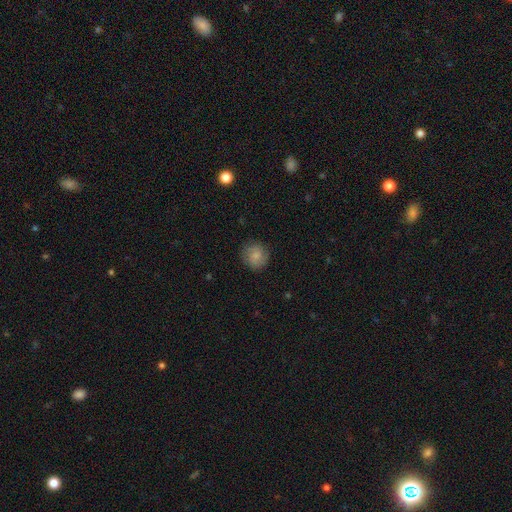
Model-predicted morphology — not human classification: Overall: smooth (72%). How rounded: round (88%). Merging: none (83%).